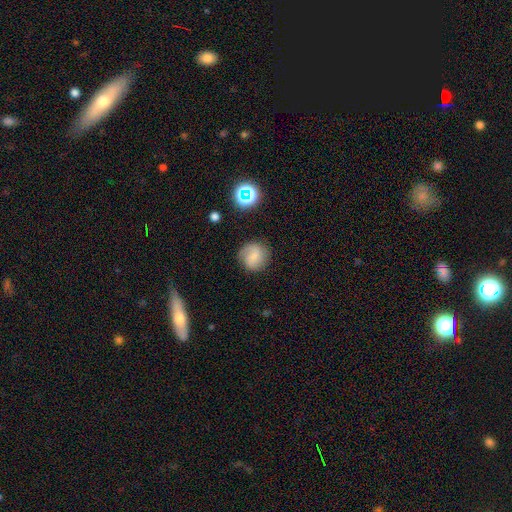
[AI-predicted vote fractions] Overall: smooth (59%; featured or disk 29%). How rounded: round (88%). Merging: none (77%).